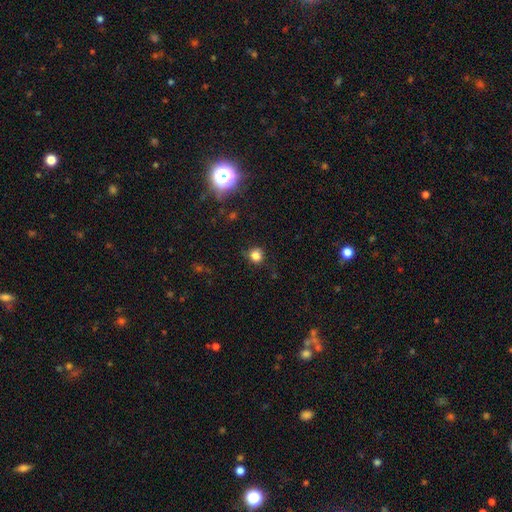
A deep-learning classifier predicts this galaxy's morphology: A smooth galaxy with no disk features (81%) that is round (89%). Merging: none (80%).